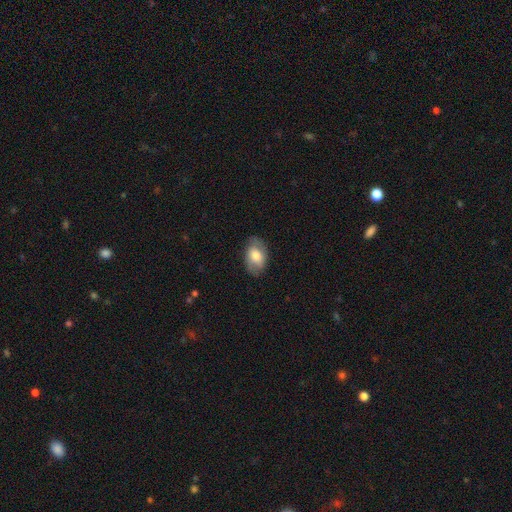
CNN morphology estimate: This is likely a smooth galaxy (70%). How rounded: clearly in between (88%). Merging: likely none (78%).